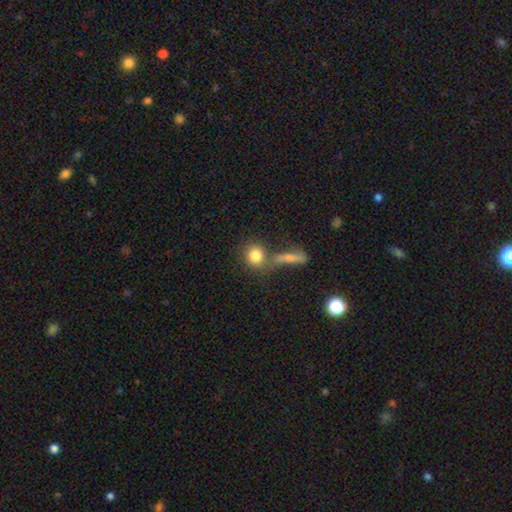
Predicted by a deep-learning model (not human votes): smooth-or-featured: smooth: 82% | star or artifact: 9% | featured or disk: 9%
  how-rounded: round: 80% | in between: 17% | cigar-shaped: 3%
  merging: none: 55% | merger: 29% | minor disturbance: 10% | major disturbance: 6%